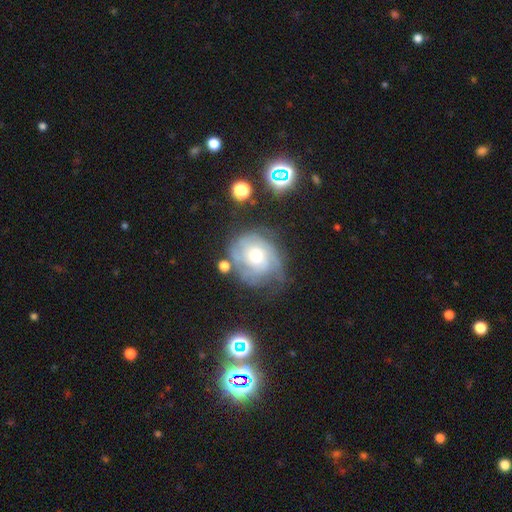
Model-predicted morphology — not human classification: Overall: featured or disk (76%). Edge-on disk: no (97%). Bar: no (77%). Spiral arms: yes (87%). Spiral arm count: can't tell (47%; 3 19%). Spiral winding: tight (65%; medium 27%). Bulge size: moderate (65%). Merging: none (57%; minor disturbance 24%).